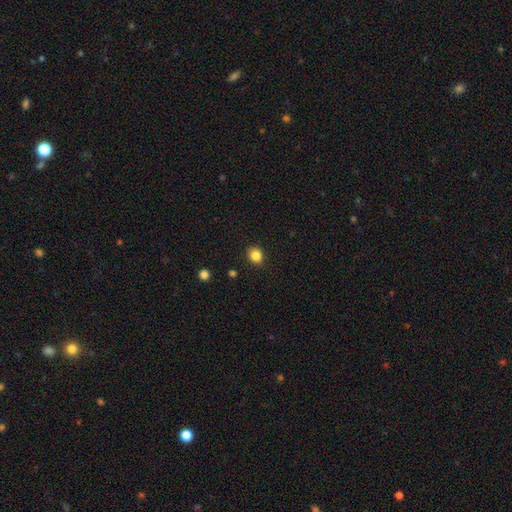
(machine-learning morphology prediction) Smooth or featured?
  - smooth: 85% *
  - star or artifact: 11%
  - featured or disk: 4%
How rounded?
  - round: 81% *
  - in between: 18%
  - cigar-shaped: 1%
Merging?
  - none: 90% *
  - minor disturbance: 7%
  - major disturbance: 2%
  - merger: 1%